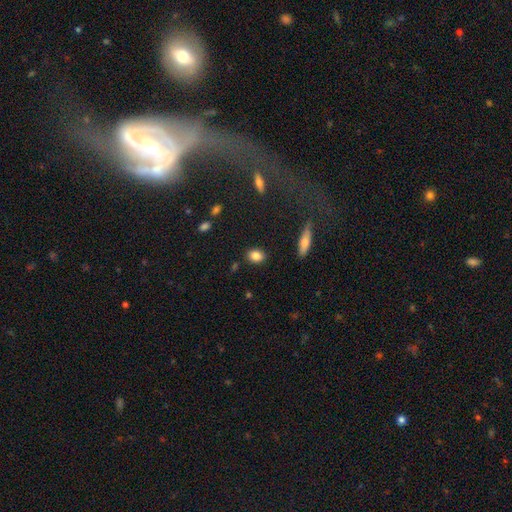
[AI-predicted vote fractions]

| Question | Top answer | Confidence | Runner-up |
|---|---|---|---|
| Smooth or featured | smooth | 85% | star or artifact (9%) |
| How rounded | in between | 62% | round (36%) |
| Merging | none | 87% | minor disturbance (9%) |